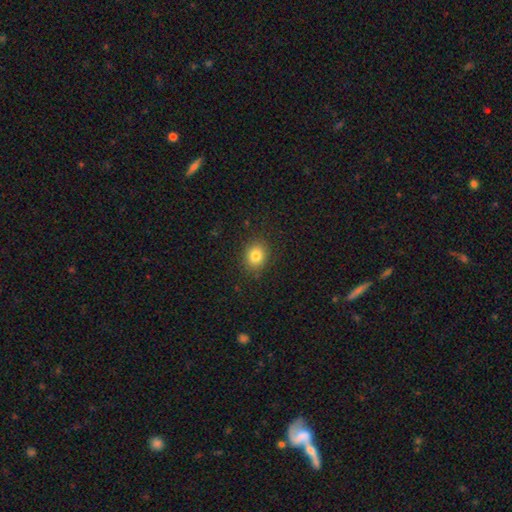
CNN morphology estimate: Q: Smooth or featured?
A: smooth (82%); runner-up: star or artifact (11%)
Q: How rounded?
A: round (66%); runner-up: in between (33%)
Q: Merging?
A: none (87%); runner-up: minor disturbance (9%)